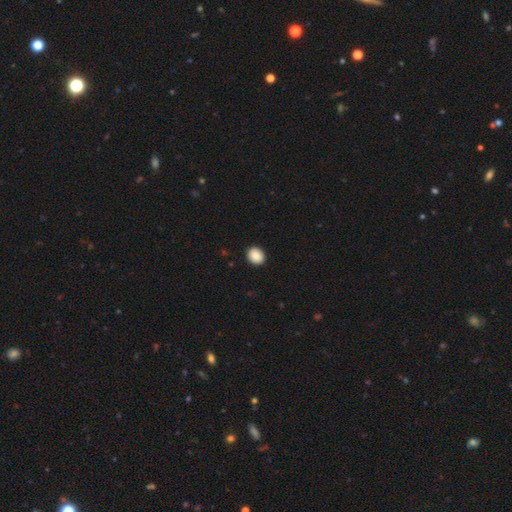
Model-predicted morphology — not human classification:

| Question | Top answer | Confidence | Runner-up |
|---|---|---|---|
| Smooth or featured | smooth | 89% | star or artifact (7%) |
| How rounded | round | 63% | in between (36%) |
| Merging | none | 92% | minor disturbance (5%) |